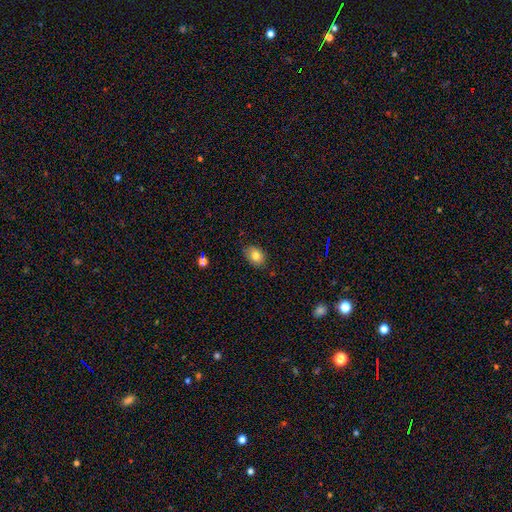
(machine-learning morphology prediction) This is likely a smooth galaxy (80%). How rounded: likely in between (71%). Merging: likely none (74%).